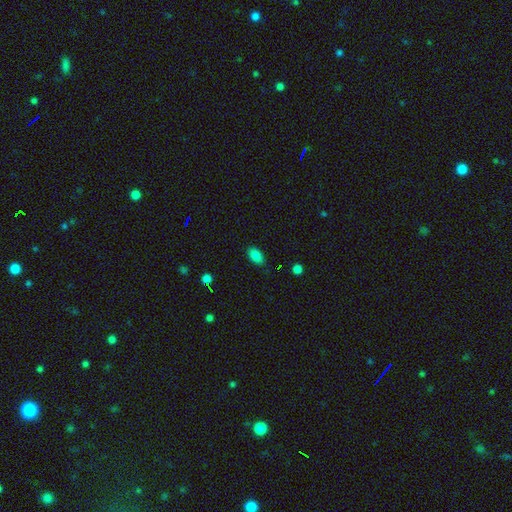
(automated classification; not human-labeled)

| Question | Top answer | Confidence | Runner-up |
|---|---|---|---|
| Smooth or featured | smooth | 85% | star or artifact (9%) |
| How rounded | in between | 90% | round (8%) |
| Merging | none | 84% | minor disturbance (12%) |